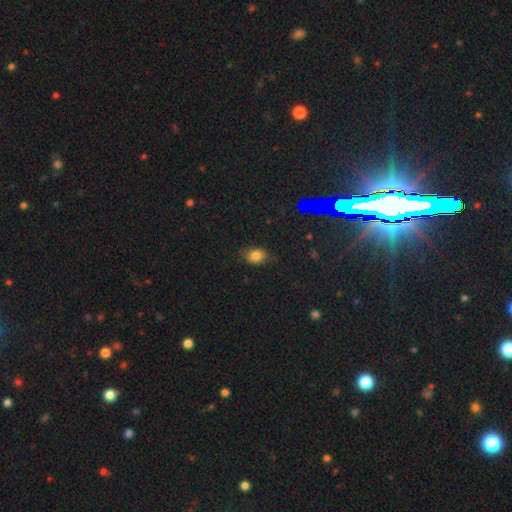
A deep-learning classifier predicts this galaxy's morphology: smooth-or-featured: smooth: 80% | star or artifact: 13% | featured or disk: 7%
  how-rounded: in between: 70% | round: 29% | cigar-shaped: 2%
  merging: none: 76% | minor disturbance: 18% | major disturbance: 4% | merger: 1%